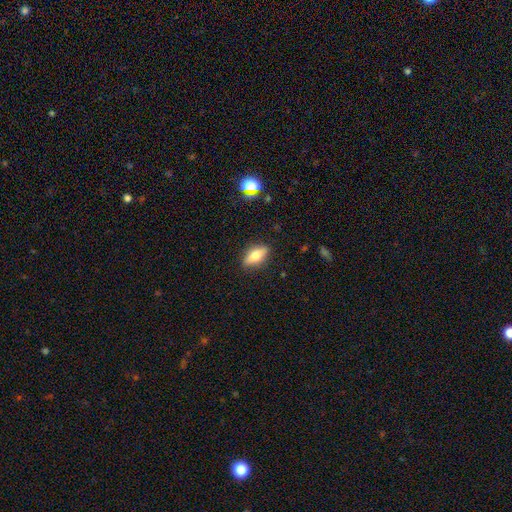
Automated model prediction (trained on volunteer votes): A smooth galaxy with no disk features (59%) that is in between round and cigar-shaped (72%). Merging: none (87%).